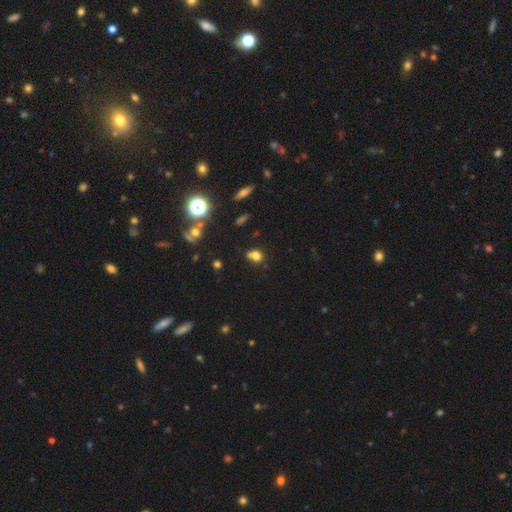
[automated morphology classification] Smooth or featured?
  - smooth: 70% *
  - star or artifact: 20%
  - featured or disk: 10%
How rounded?
  - round: 64% *
  - in between: 34%
  - cigar-shaped: 2%
Merging?
  - none: 52% *
  - merger: 27%
  - minor disturbance: 15%
  - major disturbance: 6%